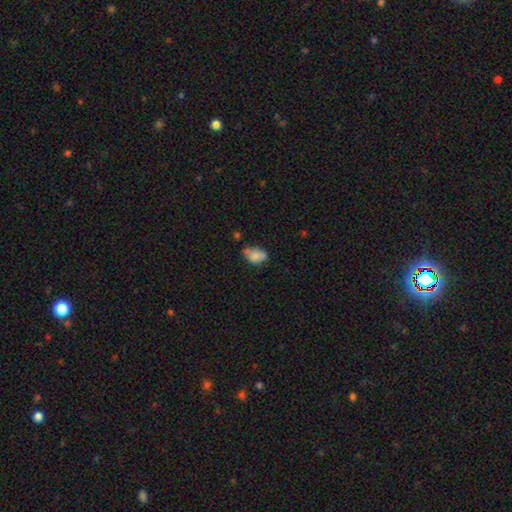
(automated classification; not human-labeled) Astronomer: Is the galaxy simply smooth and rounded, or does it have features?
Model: smooth — 73%.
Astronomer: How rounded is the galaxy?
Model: in between — 83%.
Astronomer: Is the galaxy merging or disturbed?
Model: none — 47% (runner-up: minor disturbance, 32%).